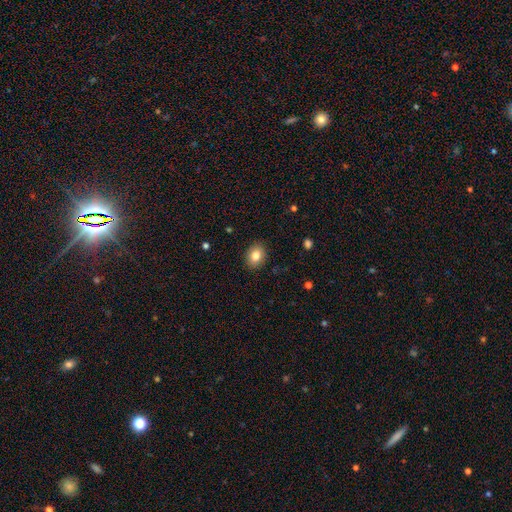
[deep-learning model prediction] Overall: smooth (82%). How rounded: in between (54%; round 45%). Merging: none (89%).